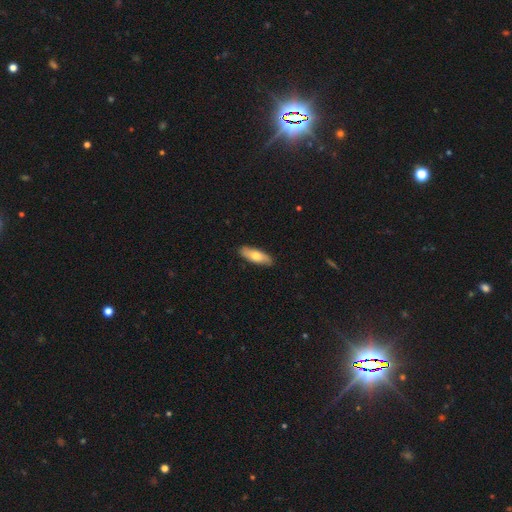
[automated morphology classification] The model was most divided on "how rounded": in between: 60%, cigar-shaped: 38%, round: 2%. More confident: merging — none (89%); smooth or featured — smooth (67%).